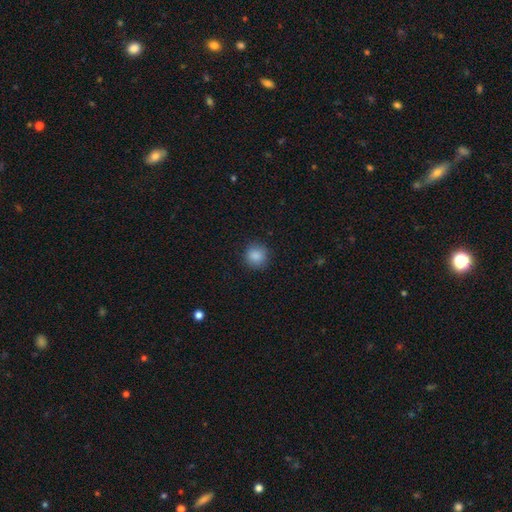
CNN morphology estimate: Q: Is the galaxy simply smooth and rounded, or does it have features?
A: smooth — 87%.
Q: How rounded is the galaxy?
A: round — 92%.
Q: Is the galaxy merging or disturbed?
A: none — 88%.